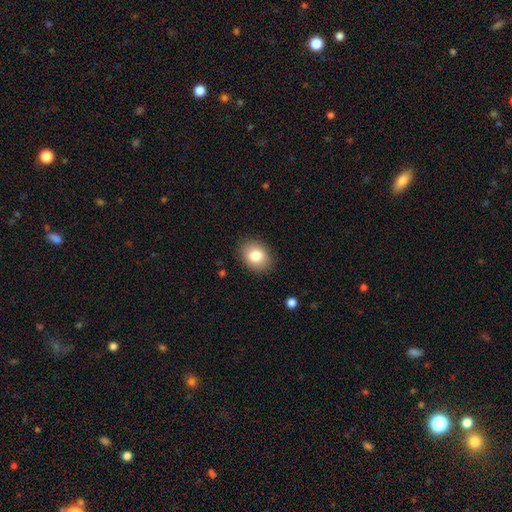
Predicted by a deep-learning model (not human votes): A smooth galaxy with no disk features (82%) that is in between round and cigar-shaped (59%). Merging: none (88%).